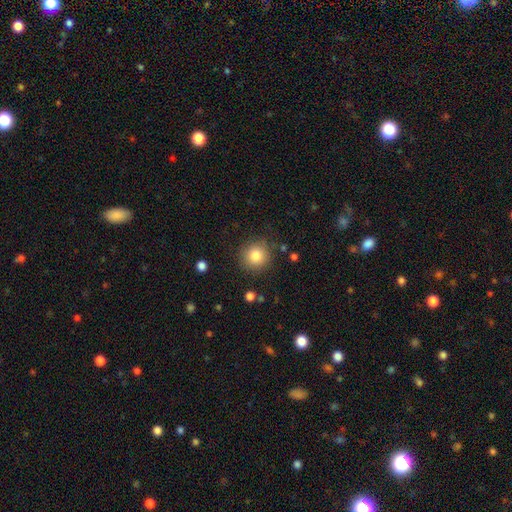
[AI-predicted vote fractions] Q: Smooth or featured?
A: smooth (82%); runner-up: star or artifact (10%)
Q: How rounded?
A: round (92%); runner-up: in between (7%)
Q: Merging?
A: none (87%); runner-up: minor disturbance (9%)